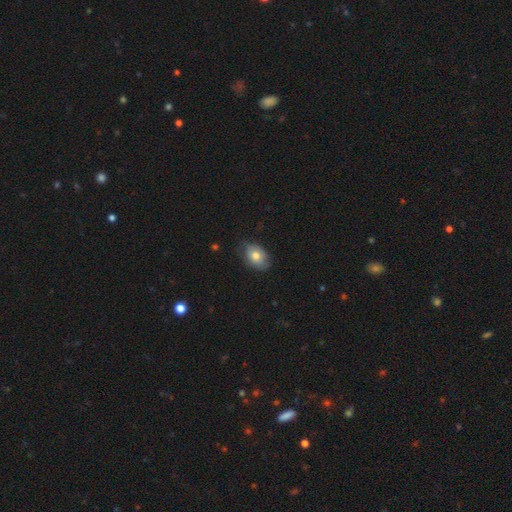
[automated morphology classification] Smooth or featured?
  - smooth: 74% *
  - featured or disk: 19%
  - star or artifact: 8%
How rounded?
  - in between: 80% *
  - round: 19%
  - cigar-shaped: 1%
Merging?
  - none: 70% *
  - minor disturbance: 25%
  - major disturbance: 4%
  - merger: 1%